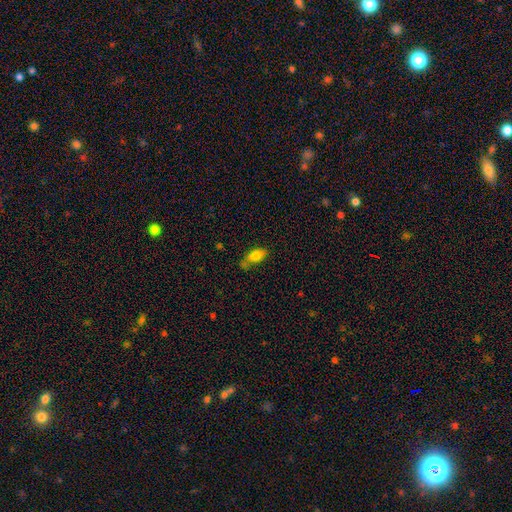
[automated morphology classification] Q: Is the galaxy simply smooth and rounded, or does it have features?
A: smooth — 78%.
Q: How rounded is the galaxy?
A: in between — 86%.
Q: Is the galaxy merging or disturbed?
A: none — 52%.